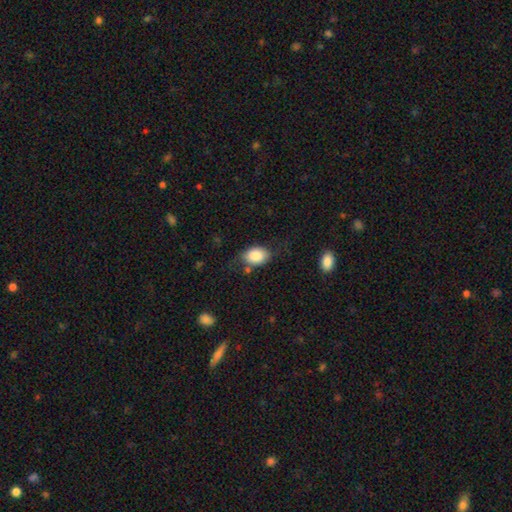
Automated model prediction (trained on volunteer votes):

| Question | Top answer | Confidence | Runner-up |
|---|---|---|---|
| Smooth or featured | smooth | 85% | featured or disk (8%) |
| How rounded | in between | 79% | round (20%) |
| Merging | none | 62% | minor disturbance (24%) |